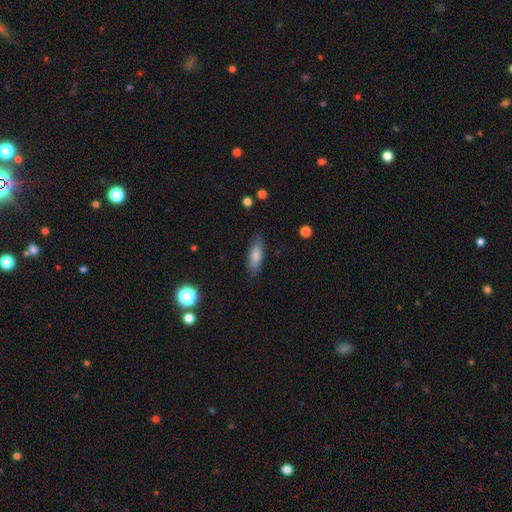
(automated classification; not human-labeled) smooth 79%, featured or disk 14%, star or artifact 7%. Down the decision tree: how rounded — in between (61%); merging — none (83%).